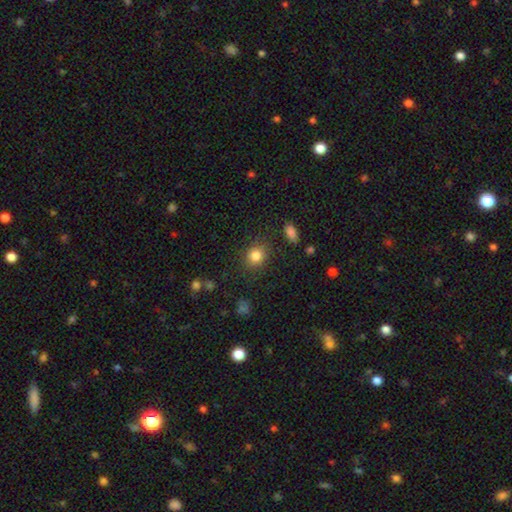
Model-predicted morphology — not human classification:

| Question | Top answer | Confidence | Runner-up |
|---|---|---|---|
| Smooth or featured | smooth | 84% | star or artifact (11%) |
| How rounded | round | 77% | in between (22%) |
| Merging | none | 84% | minor disturbance (10%) |